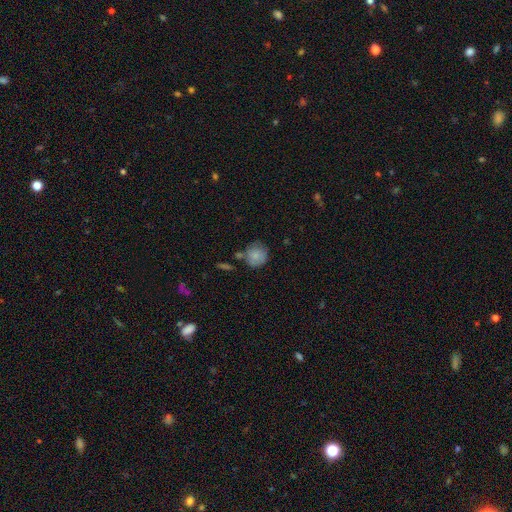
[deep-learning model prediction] Overall: smooth (80%). How rounded: round (89%). Merging: none (64%).